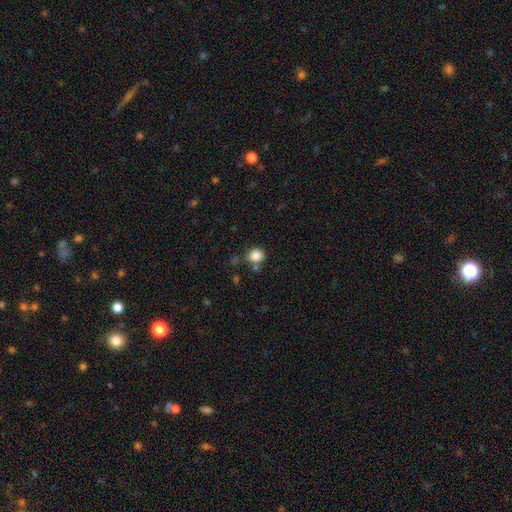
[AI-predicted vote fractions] This appears to be a smooth galaxy with no disk features (85%) that is round (86%). Merging: none (74%).